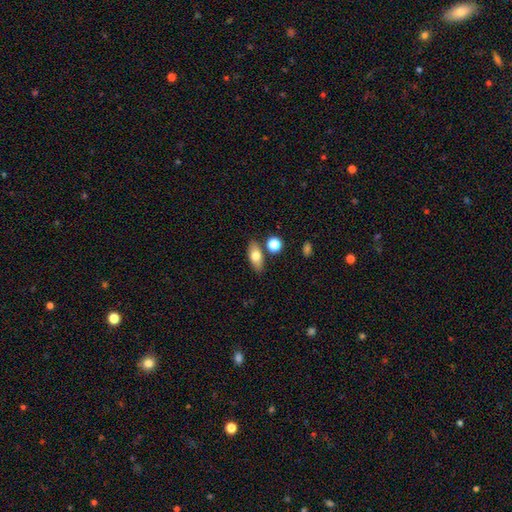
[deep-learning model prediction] Q: Smooth or featured?
A: smooth (73%); runner-up: featured or disk (19%)
Q: How rounded?
A: in between (81%); runner-up: cigar-shaped (12%)
Q: Merging?
A: none (79%); runner-up: minor disturbance (11%)